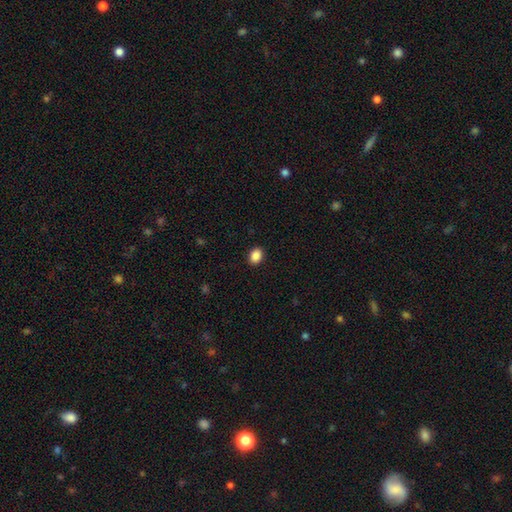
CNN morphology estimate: Smooth or featured? Predicted: smooth (p=0.89). How rounded? Predicted: in between (p=0.69). Merging? Predicted: none (p=0.91).